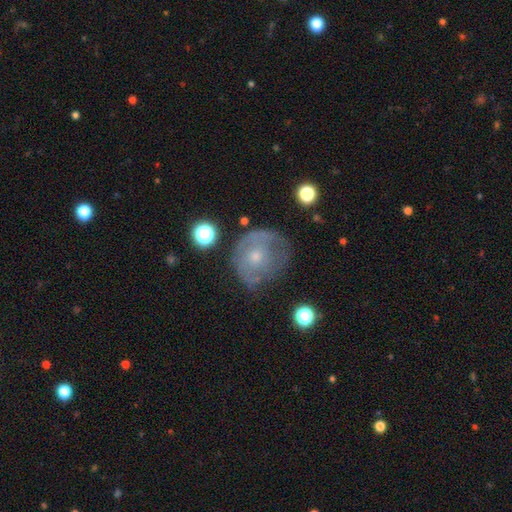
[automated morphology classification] A featured or disk galaxy (54%) with no bar (84%), spiral arms (54%) and a small central bulge (61%).

Vote fractions:
- Smooth or featured? featured or disk: 54% / smooth: 36% / star or artifact: 10%
- Edge-on disk? no: 96% / yes: 4%
- Bar? no: 84% / weak: 14% / strong: 2%
- Spiral arms? yes: 54% / no: 46%
- Bulge size? small: 61% / moderate: 32% / none: 4% / large: 2% / dominant: 1%
- Merging? none: 53% / minor disturbance: 26% / major disturbance: 18% / merger: 3%